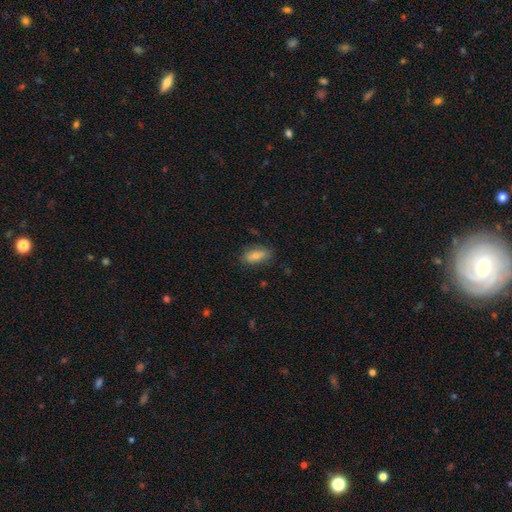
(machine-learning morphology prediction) A smooth galaxy with no disk features (76%) that is in between round and cigar-shaped (86%).

Vote fractions:
- Smooth or featured? smooth: 76% / featured or disk: 16% / star or artifact: 7%
- How rounded? in between: 86% / cigar-shaped: 10% / round: 4%
- Merging? none: 77% / minor disturbance: 18% / major disturbance: 4% / merger: 1%